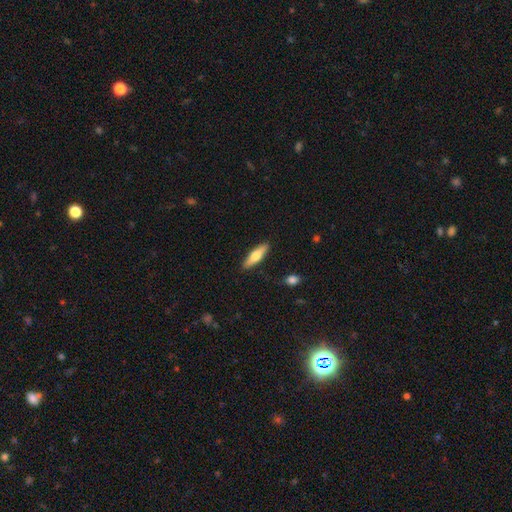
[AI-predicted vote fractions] A smooth galaxy with no disk features (60%) that is cigar-shaped (64%).

Vote fractions:
- Smooth or featured? smooth: 60% / featured or disk: 35% / star or artifact: 6%
- How rounded? cigar-shaped: 64% / in between: 34% / round: 2%
- Merging? none: 88% / minor disturbance: 8% / major disturbance: 2% / merger: 2%